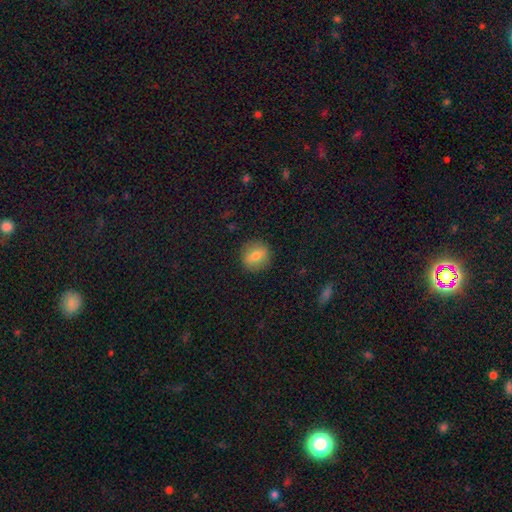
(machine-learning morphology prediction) smooth 75%, featured or disk 16%, star or artifact 9%. Down the decision tree: how rounded — round (86%); merging — none (89%).